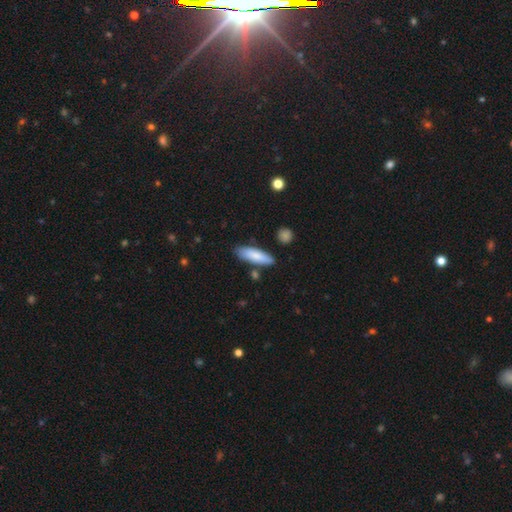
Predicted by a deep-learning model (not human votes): Q: Smooth or featured?
A: smooth (83%); runner-up: featured or disk (12%)
Q: How rounded?
A: cigar-shaped (53%); runner-up: in between (45%)
Q: Merging?
A: none (81%); runner-up: minor disturbance (12%)